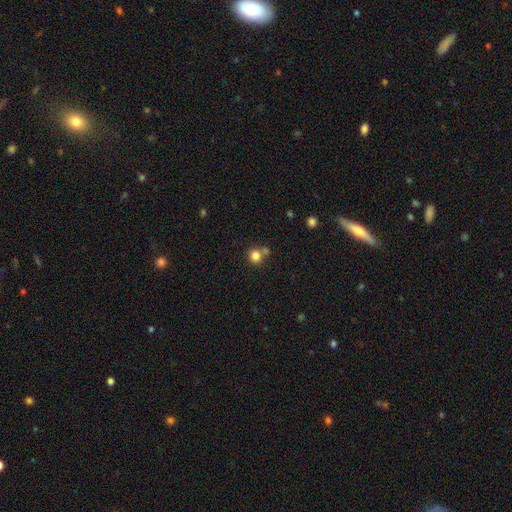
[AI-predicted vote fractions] Overall: smooth (82%). How rounded: round (89%). Merging: none (66%).